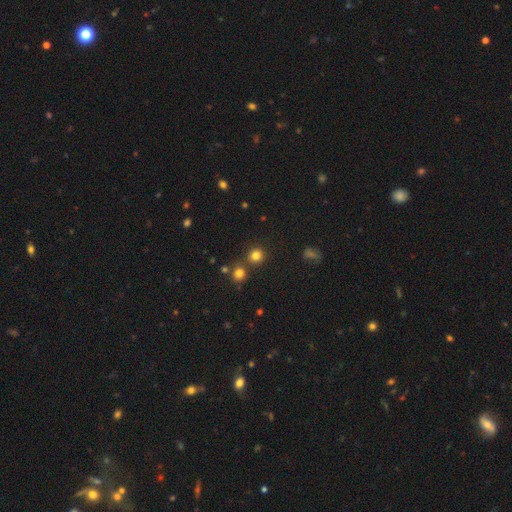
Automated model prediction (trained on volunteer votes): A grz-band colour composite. It shows a smooth galaxy with no disk features (78%) that is round (91%). Merging: none (77%).